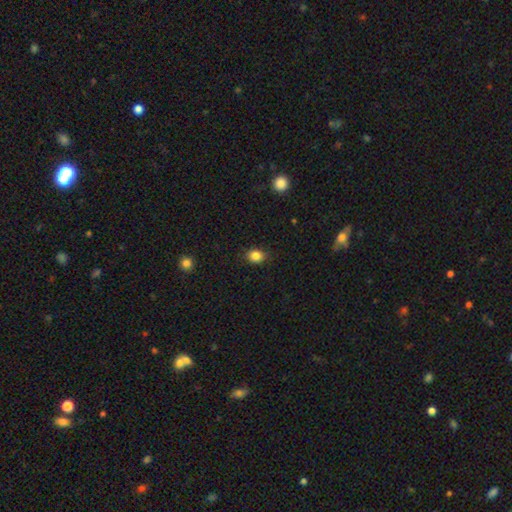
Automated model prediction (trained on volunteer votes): This is clearly a smooth galaxy (85%). How rounded: possibly round (52%). Merging: clearly none (85%).